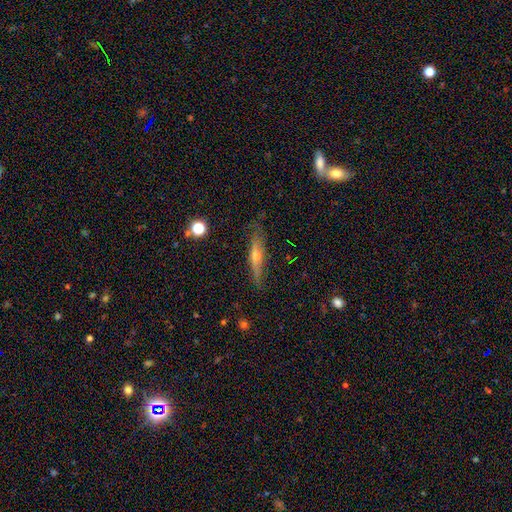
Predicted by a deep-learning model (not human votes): Smooth or featured? featured or disk (57%)
Edge-on disk? yes (90%)
Edge-on bulge? rounded (72%)
Merging? none (80%)